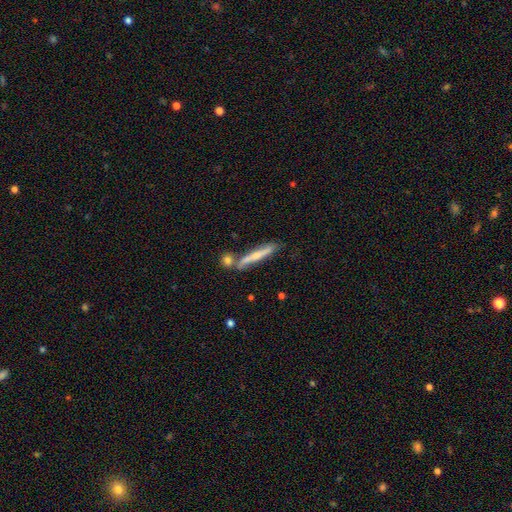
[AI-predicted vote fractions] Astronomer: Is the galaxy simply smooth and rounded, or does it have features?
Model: featured or disk — 53% (runner-up: smooth, 41%).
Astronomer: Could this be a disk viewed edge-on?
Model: yes — 89%.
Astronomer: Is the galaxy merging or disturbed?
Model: none — 66%.